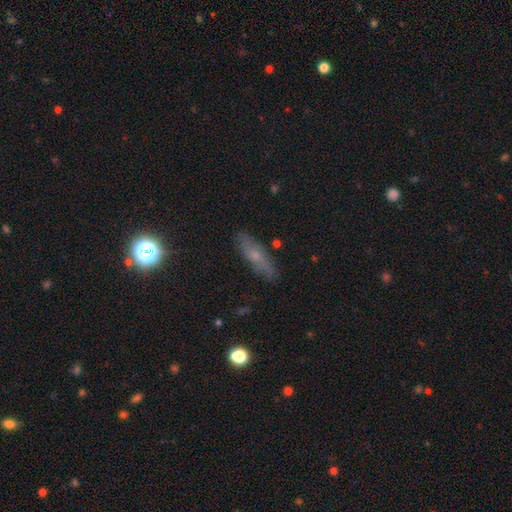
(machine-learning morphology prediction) type=smooth (49%); merging=none (81%).